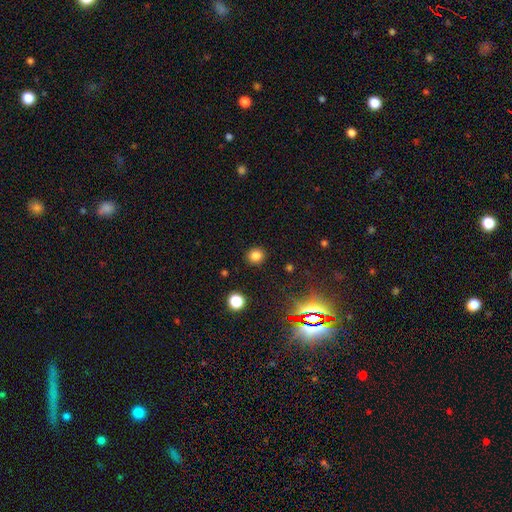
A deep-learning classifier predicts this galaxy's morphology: The model was most divided on "smooth or featured": smooth: 79%, star or artifact: 16%, featured or disk: 5%. More confident: merging — none (91%); how rounded — round (90%).